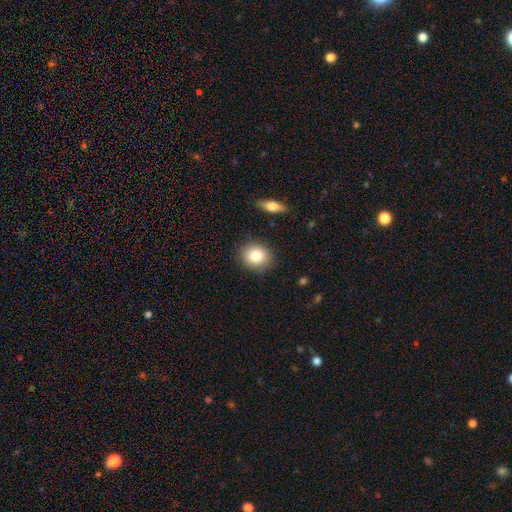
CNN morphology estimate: Smooth or featured?
  - smooth: 81% *
  - featured or disk: 10%
  - star or artifact: 9%
How rounded?
  - round: 69% *
  - in between: 29%
  - cigar-shaped: 1%
Merging?
  - none: 86% *
  - minor disturbance: 9%
  - major disturbance: 2%
  - merger: 2%